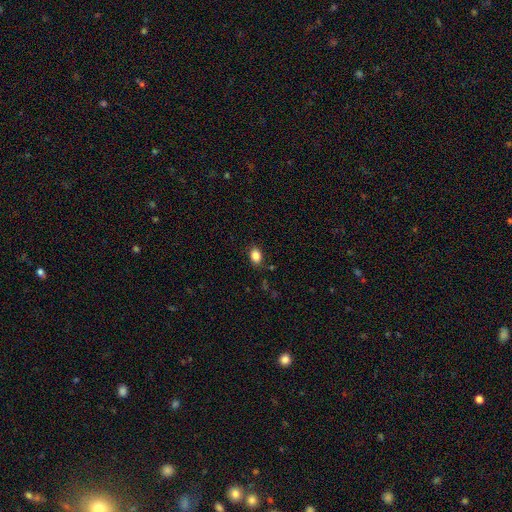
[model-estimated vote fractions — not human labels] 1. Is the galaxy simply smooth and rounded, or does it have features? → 86% smooth, 9% star or artifact, 4% featured or disk.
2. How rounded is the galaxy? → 78% in between, 21% round, 1% cigar-shaped.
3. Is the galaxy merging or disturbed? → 84% none, 11% minor disturbance, 3% major disturbance, 2% merger.